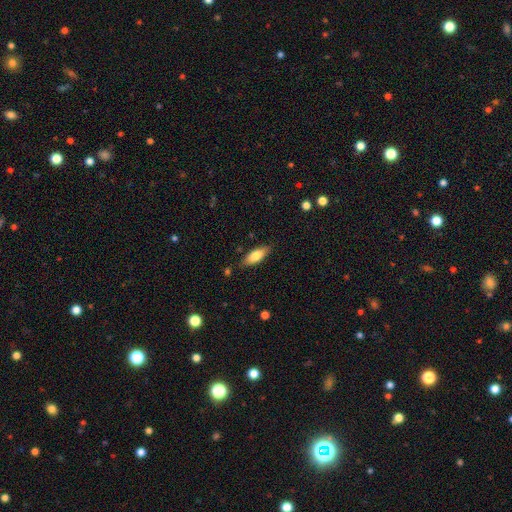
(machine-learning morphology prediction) Smooth or featured? Predicted: smooth (p=0.76). How rounded? Predicted: in between (p=0.68). Merging? Predicted: none (p=0.82).